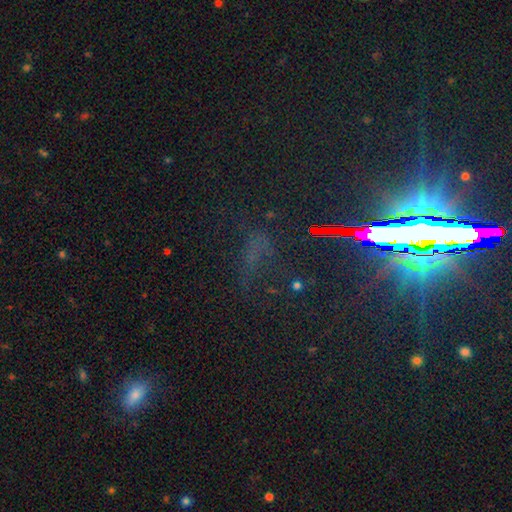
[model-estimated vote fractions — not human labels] Smooth or featured? star or artifact (70%)